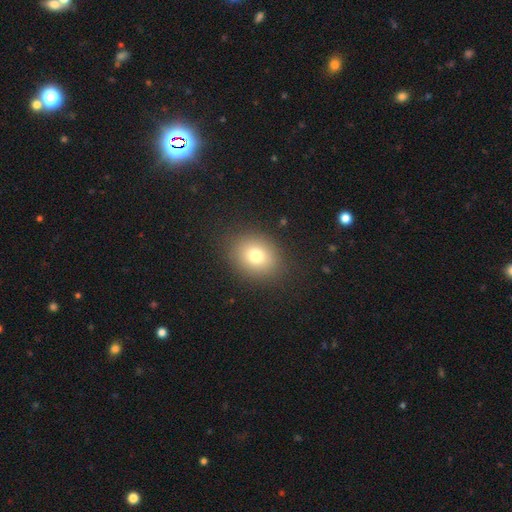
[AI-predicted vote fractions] smooth-or-featured: smooth: 77% | star or artifact: 12% | featured or disk: 11%
  how-rounded: round: 54% | in between: 45% | cigar-shaped: 1%
  merging: none: 87% | minor disturbance: 8% | major disturbance: 4% | merger: 1%